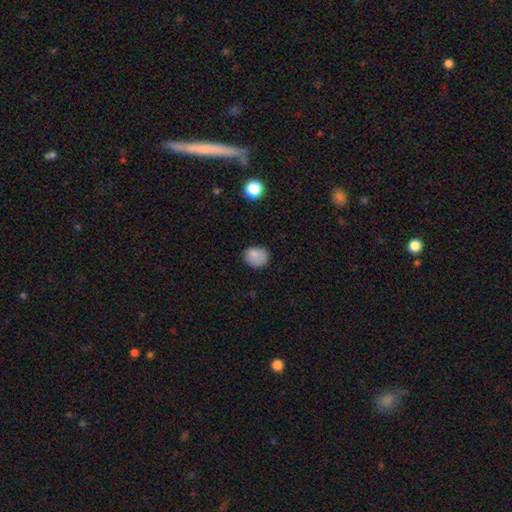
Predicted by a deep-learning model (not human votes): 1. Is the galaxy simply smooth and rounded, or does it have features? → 83% smooth, 10% star or artifact, 7% featured or disk.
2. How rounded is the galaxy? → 58% round, 41% in between, 1% cigar-shaped.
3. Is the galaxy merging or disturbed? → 69% none, 24% minor disturbance, 5% major disturbance, 2% merger.